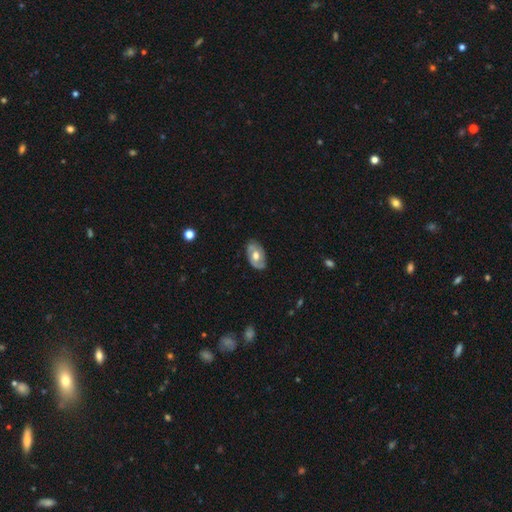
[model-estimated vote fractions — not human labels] Overall: featured or disk (64%; smooth 30%). Edge-on disk: no (93%). Bar: no (66%; weak 27%). Spiral arms: yes (66%; no 34%). Bulge size: moderate (69%). Merging: none (78%).